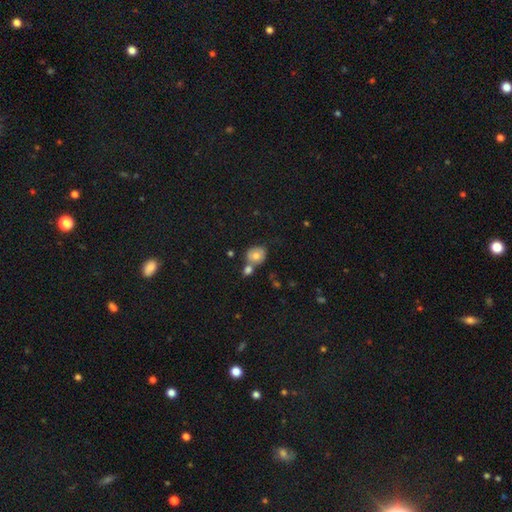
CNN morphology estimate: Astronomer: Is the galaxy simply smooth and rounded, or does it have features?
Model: smooth — 73%.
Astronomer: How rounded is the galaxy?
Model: round — 66%.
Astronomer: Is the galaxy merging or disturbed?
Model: none — 49% (runner-up: merger, 33%).